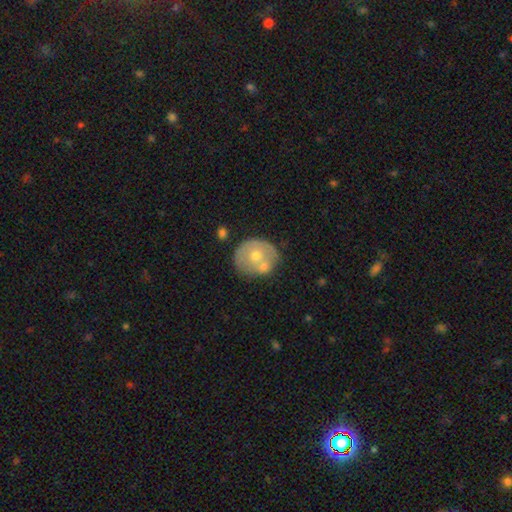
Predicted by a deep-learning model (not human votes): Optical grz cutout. It shows a smooth galaxy with no disk features (54%) that is round (79%). Merging: none (52%).